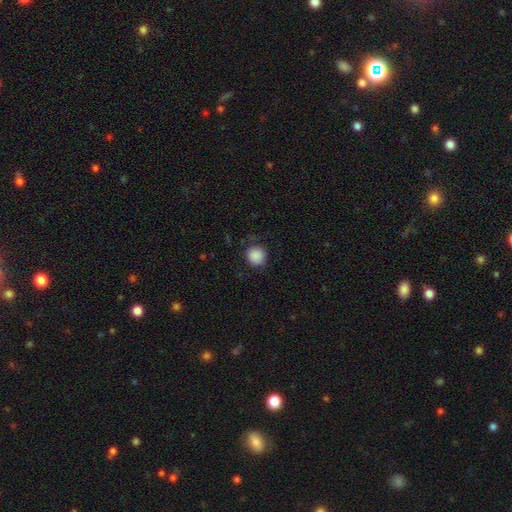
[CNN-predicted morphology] Q: Smooth or featured?
A: smooth (88%); runner-up: star or artifact (9%)
Q: How rounded?
A: round (92%); runner-up: in between (7%)
Q: Merging?
A: none (85%); runner-up: minor disturbance (11%)